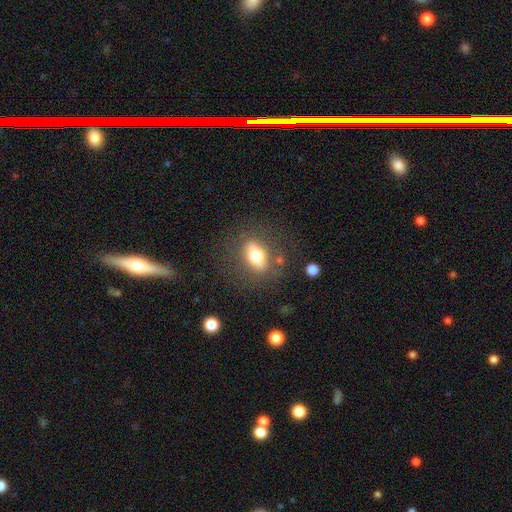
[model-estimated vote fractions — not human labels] The model was most divided on "smooth or featured": smooth: 64%, featured or disk: 26%, star or artifact: 9%. More confident: how rounded — in between (77%); merging — none (77%).